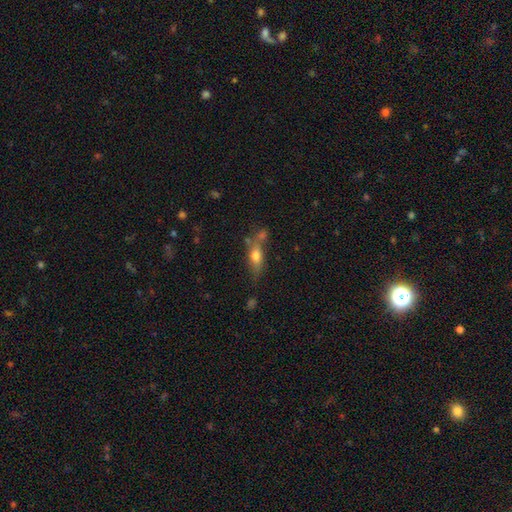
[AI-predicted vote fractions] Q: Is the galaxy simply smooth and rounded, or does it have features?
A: smooth — 63%.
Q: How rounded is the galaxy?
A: in between — 62%.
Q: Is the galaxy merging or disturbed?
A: none — 52%.